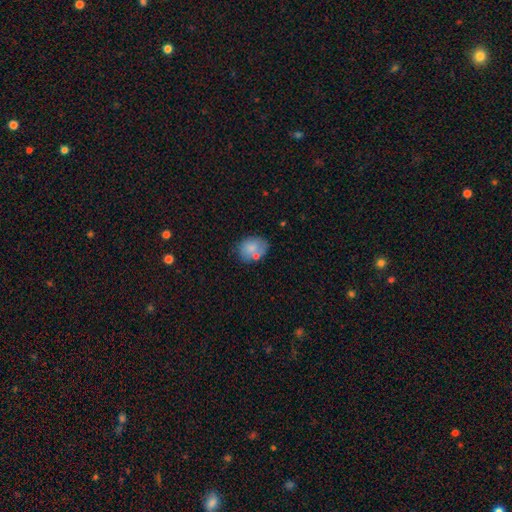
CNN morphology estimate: Smooth or featured: smooth — 73% (featured or disk — 18%)
How rounded: in between — 57% (round — 42%)
Merging: none — 58% (minor disturbance — 21%)